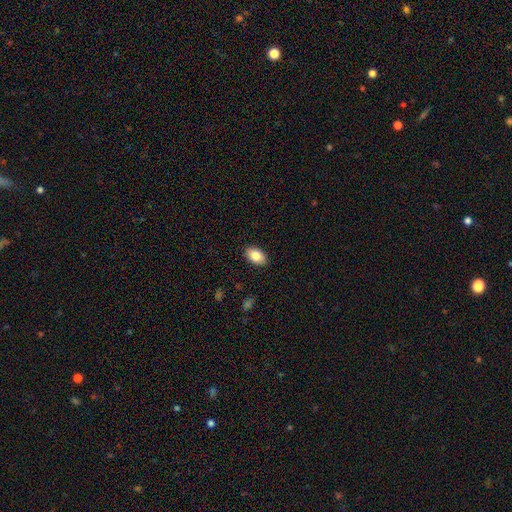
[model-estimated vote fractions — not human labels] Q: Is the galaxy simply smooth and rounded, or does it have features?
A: smooth — 84%.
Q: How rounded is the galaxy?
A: in between — 91%.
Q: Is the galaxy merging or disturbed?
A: none — 88%.